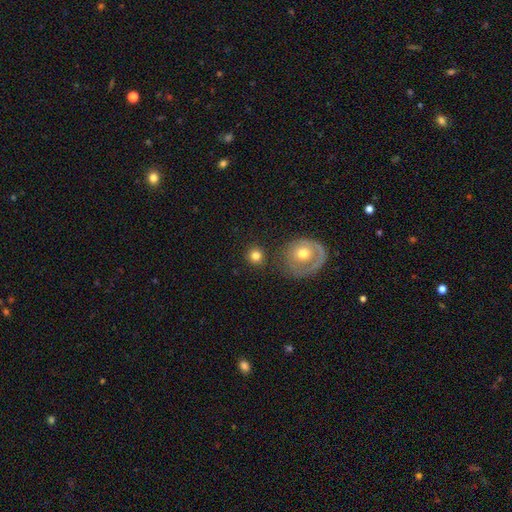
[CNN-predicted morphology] Q: Smooth or featured?
A: smooth (79%); runner-up: featured or disk (11%)
Q: How rounded?
A: round (91%); runner-up: in between (8%)
Q: Merging?
A: none (80%); runner-up: minor disturbance (8%)